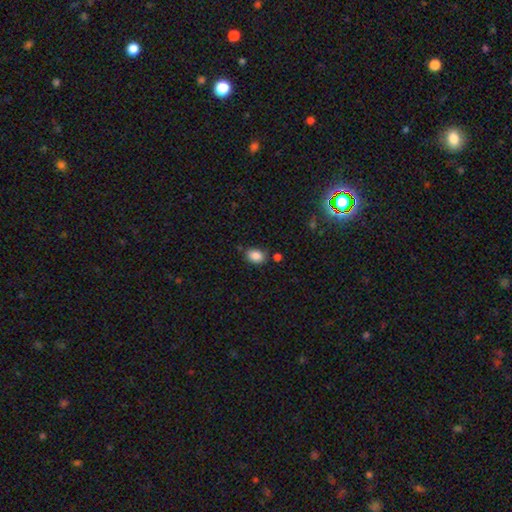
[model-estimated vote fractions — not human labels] This is clearly a smooth galaxy (87%). How rounded: likely in between (77%). Merging: likely none (74%).